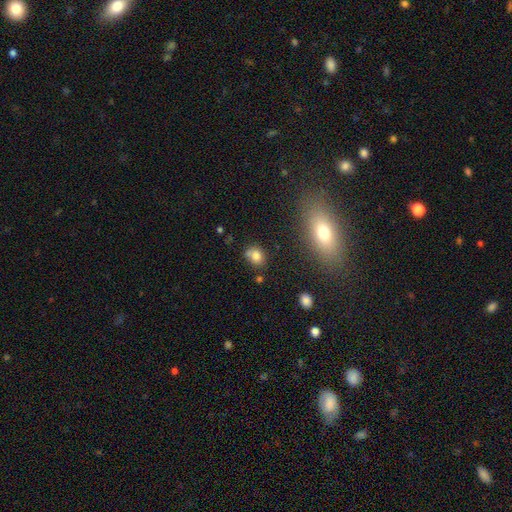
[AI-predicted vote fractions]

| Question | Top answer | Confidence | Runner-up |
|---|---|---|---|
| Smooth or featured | smooth | 78% | star or artifact (12%) |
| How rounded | round | 51% | in between (47%) |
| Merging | none | 60% | minor disturbance (19%) |